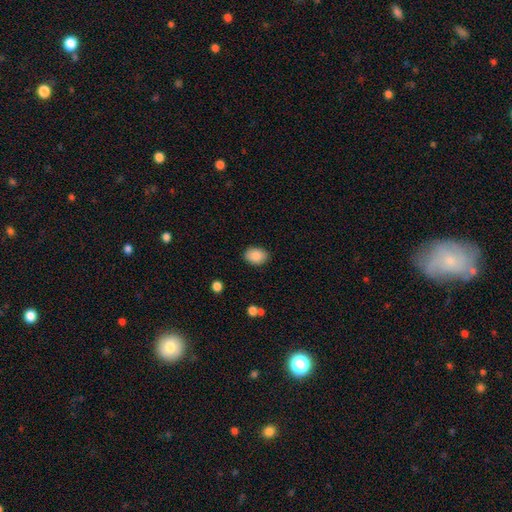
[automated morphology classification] This appears to be a smooth galaxy with no disk features (88%) that is in between round and cigar-shaped (74%). Merging: none (84%).